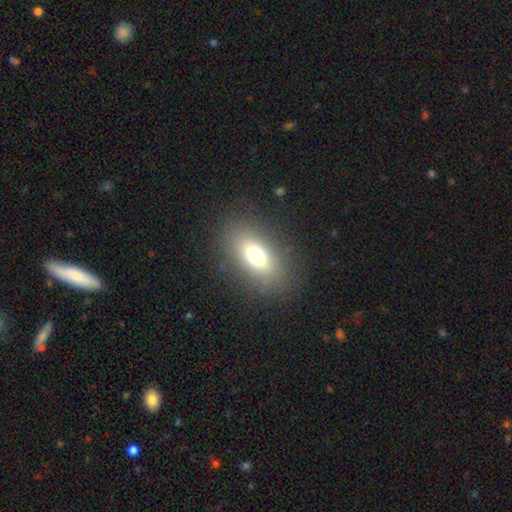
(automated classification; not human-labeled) smooth_or_featured: smooth (p=0.72) [alt: featured or disk p=0.16]
how_rounded: in between (p=0.84) [alt: round p=0.10]
merging: none (p=0.85) [alt: minor disturbance p=0.09]